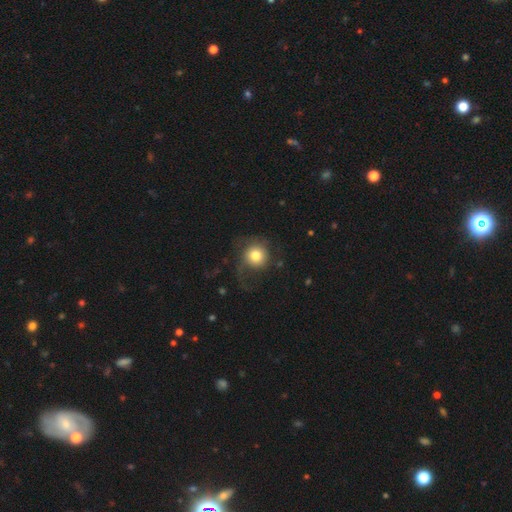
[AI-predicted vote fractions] Smooth or featured?
  - smooth: 70% *
  - featured or disk: 21%
  - star or artifact: 9%
How rounded?
  - round: 90% *
  - in between: 9%
  - cigar-shaped: 1%
Merging?
  - none: 49% *
  - major disturbance: 30%
  - minor disturbance: 19%
  - merger: 2%